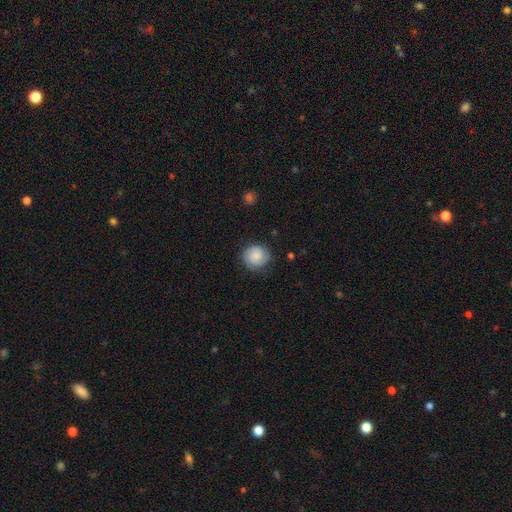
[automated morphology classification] A smooth galaxy with no disk features (53%) that is round (85%).

Vote fractions:
- Smooth or featured? smooth: 53% / featured or disk: 39% / star or artifact: 8%
- How rounded? round: 85% / in between: 14% / cigar-shaped: 1%
- Merging? none: 81% / minor disturbance: 14% / major disturbance: 4% / merger: 1%